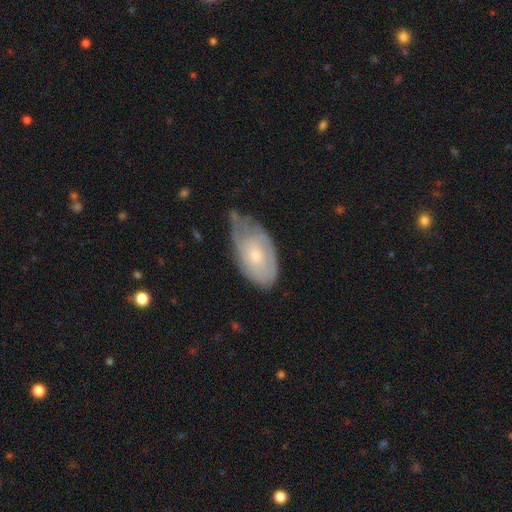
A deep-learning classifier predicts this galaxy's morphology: smooth-or-featured: featured or disk: 50% | smooth: 44% | star or artifact: 6%
  merging: minor disturbance: 44% | none: 38% | major disturbance: 16% | merger: 2%